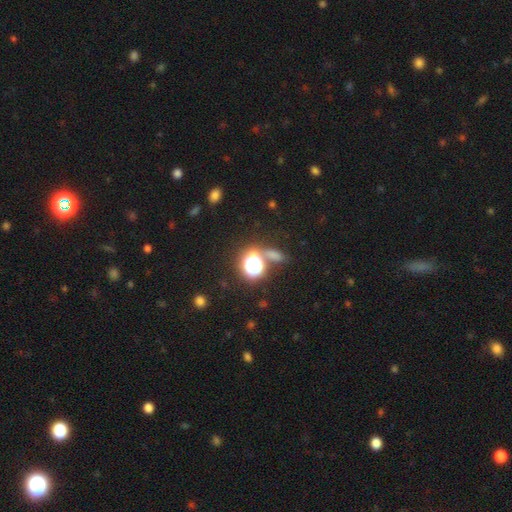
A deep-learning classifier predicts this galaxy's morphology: Q: Smooth or featured?
A: star or artifact (59%); runner-up: smooth (31%)